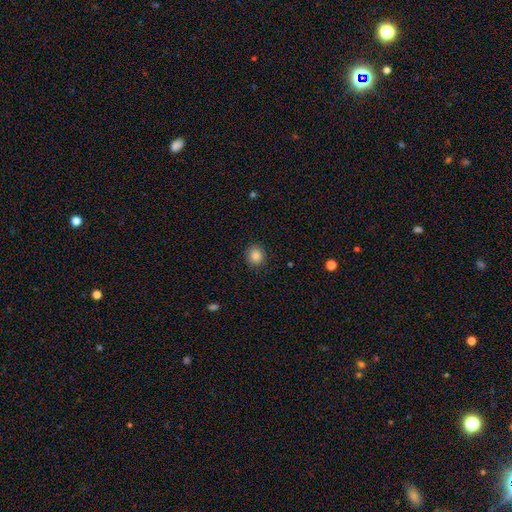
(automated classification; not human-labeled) A smooth galaxy with no disk features (85%) that is round (86%). Merging: none (90%).